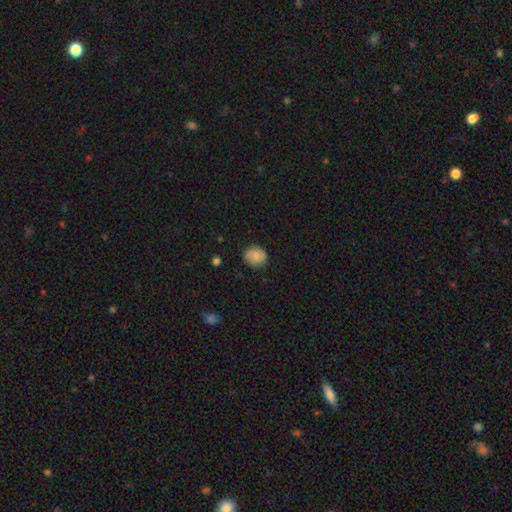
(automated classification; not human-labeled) A smooth galaxy with no disk features (68%) that is round (78%). Merging: none (76%).